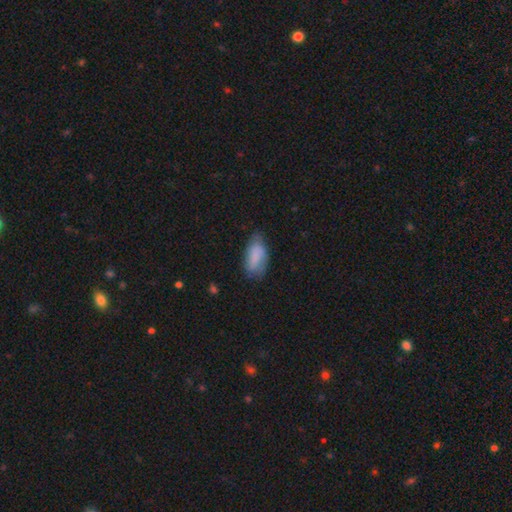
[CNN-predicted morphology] A smooth galaxy with no disk features (80%) that is in between round and cigar-shaped (91%). Merging: none (56%).